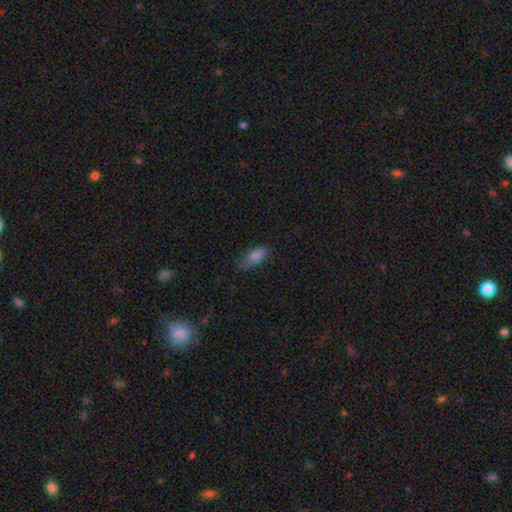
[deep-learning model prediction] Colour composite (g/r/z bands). It shows a smooth galaxy with no disk features (81%) that is in between round and cigar-shaped (78%). Merging: none (62%).